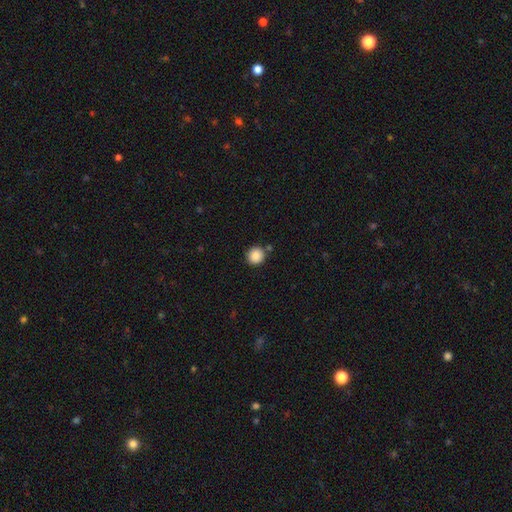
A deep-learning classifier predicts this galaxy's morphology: A smooth galaxy with no disk features (88%) that is round (93%).

Vote fractions:
- Smooth or featured? smooth: 88% / star or artifact: 9% / featured or disk: 3%
- How rounded? round: 93% / in between: 6% / cigar-shaped: 1%
- Merging? none: 83% / minor disturbance: 9% / merger: 6% / major disturbance: 3%